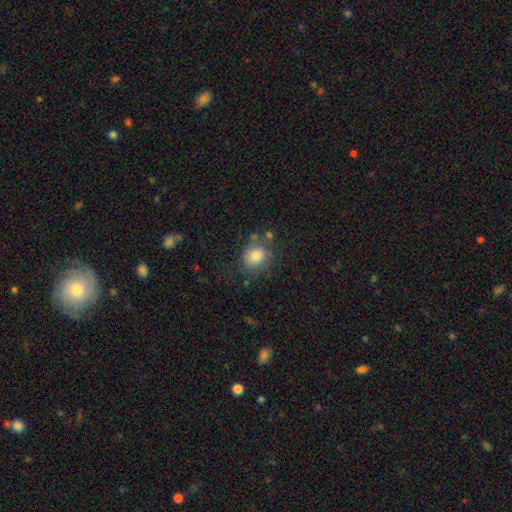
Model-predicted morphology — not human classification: This appears to be a smooth galaxy with no disk features (79%) that is round (61%). Merging: none (65%).